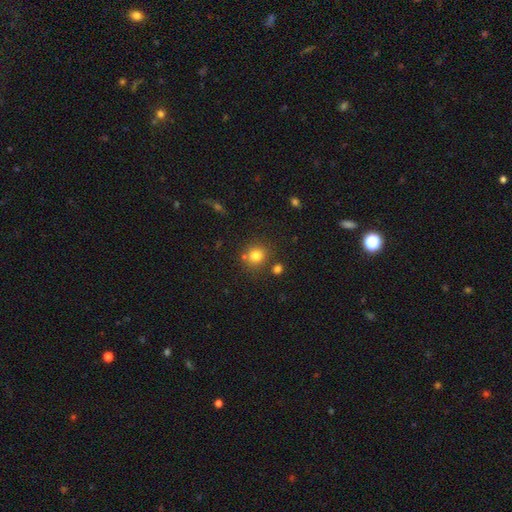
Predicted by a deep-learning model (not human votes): Q: Smooth or featured?
A: smooth (79%); runner-up: star or artifact (14%)
Q: How rounded?
A: round (87%); runner-up: in between (12%)
Q: Merging?
A: none (75%); runner-up: merger (12%)